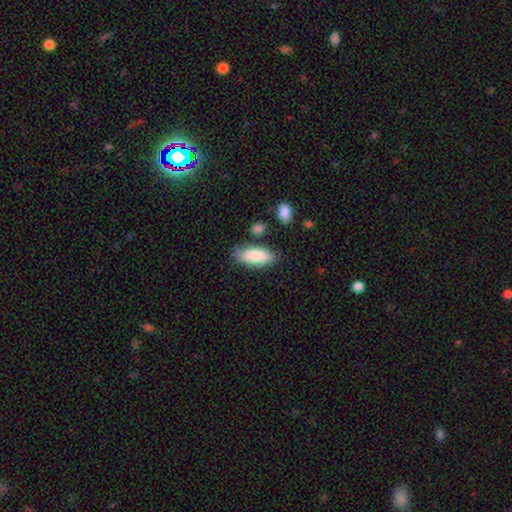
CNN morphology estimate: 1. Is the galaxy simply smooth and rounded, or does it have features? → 85% smooth, 9% featured or disk, 6% star or artifact.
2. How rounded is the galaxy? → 83% in between, 16% cigar-shaped, 2% round.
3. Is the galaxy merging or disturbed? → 73% none, 17% minor disturbance, 6% merger, 4% major disturbance.